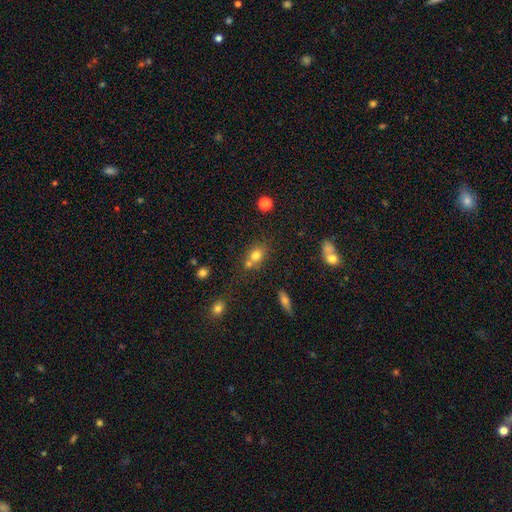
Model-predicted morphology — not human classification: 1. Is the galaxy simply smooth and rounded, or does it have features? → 74% smooth, 14% star or artifact, 13% featured or disk.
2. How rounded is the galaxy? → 61% round, 38% in between, 2% cigar-shaped.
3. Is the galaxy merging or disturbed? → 49% none, 36% merger, 11% minor disturbance, 4% major disturbance.